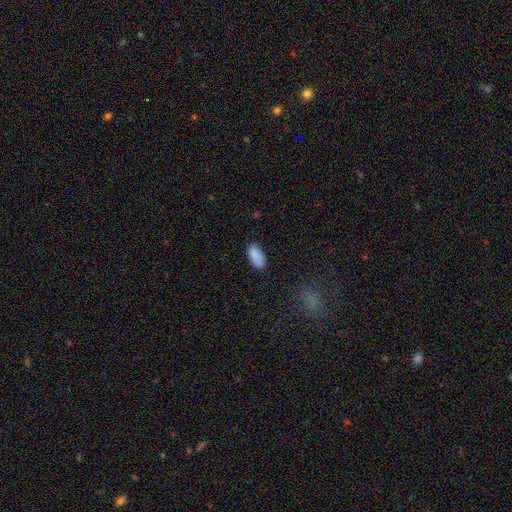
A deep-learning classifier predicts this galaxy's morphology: Smooth or featured: smooth — 88% (star or artifact — 7%)
How rounded: in between — 93% (cigar-shaped — 5%)
Merging: none — 82% (minor disturbance — 14%)